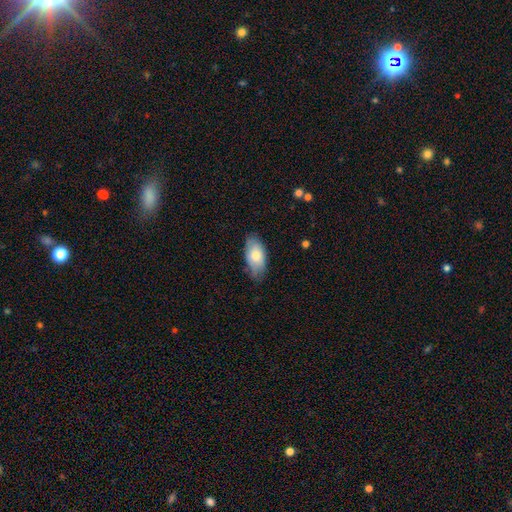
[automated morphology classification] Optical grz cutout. It shows a smooth galaxy with no disk features (75%) that is in between round and cigar-shaped (93%). Merging: none (68%).